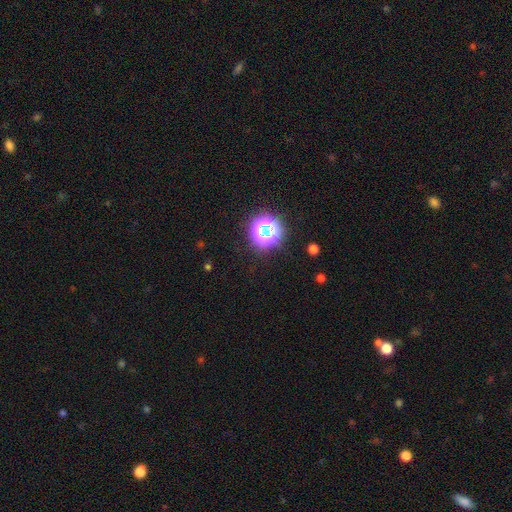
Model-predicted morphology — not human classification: This is likely a star or artifact rather than a galaxy (78%).